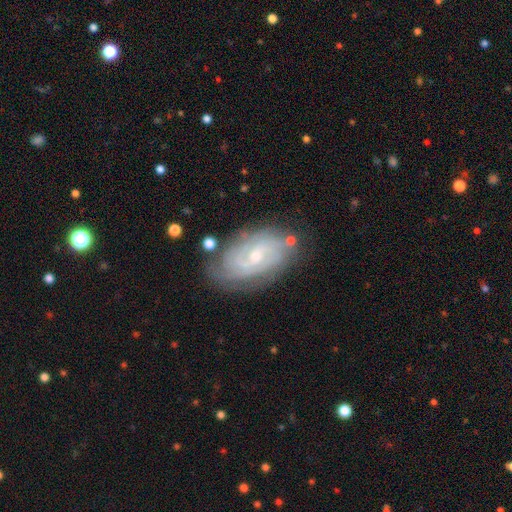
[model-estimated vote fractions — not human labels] This appears to be a featured or disk galaxy (81%) with no bar (50%), tight (68%) spiral arms (93%) and a small central bulge (67%). Merging: none (72%).